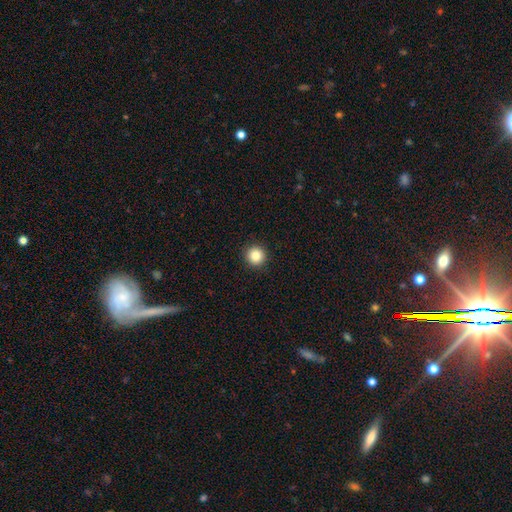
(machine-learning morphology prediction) smooth-or-featured: smooth: 87% | star or artifact: 10% | featured or disk: 4%
  how-rounded: round: 95% | in between: 4% | cigar-shaped: 1%
  merging: none: 93% | minor disturbance: 5% | major disturbance: 2% | merger: 1%